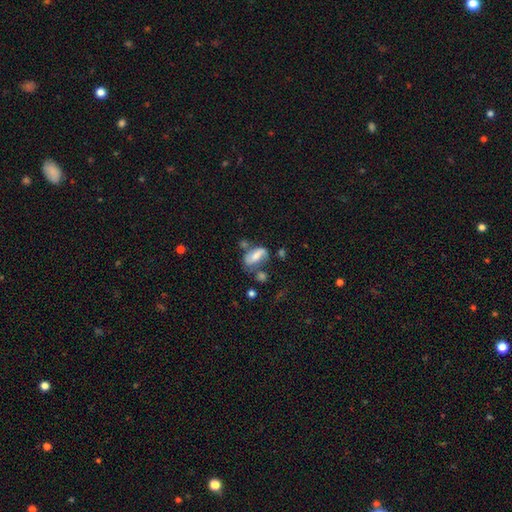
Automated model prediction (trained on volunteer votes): This appears to be a featured or disk galaxy (50%). Merging: none (40%).